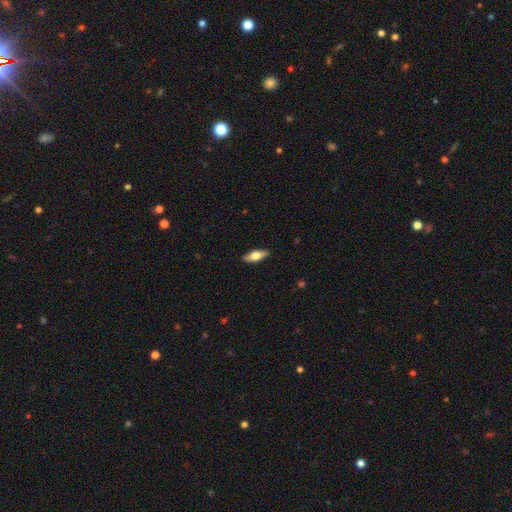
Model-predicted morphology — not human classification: Smooth or featured? Predicted: smooth (p=0.58). How rounded? Predicted: in between (p=0.66). Merging? Predicted: none (p=0.89).